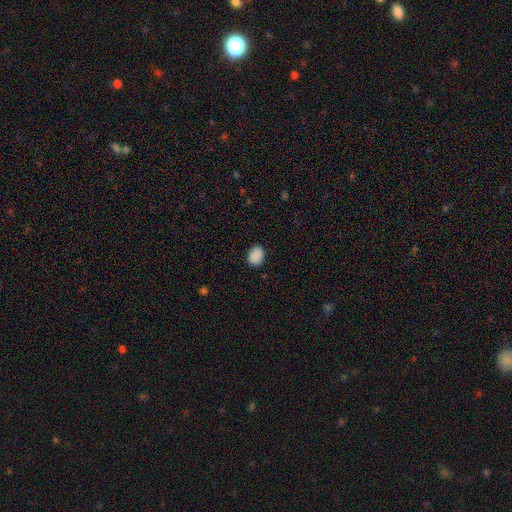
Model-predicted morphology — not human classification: A smooth galaxy with no disk features (88%) that is round (50%). Merging: none (83%).